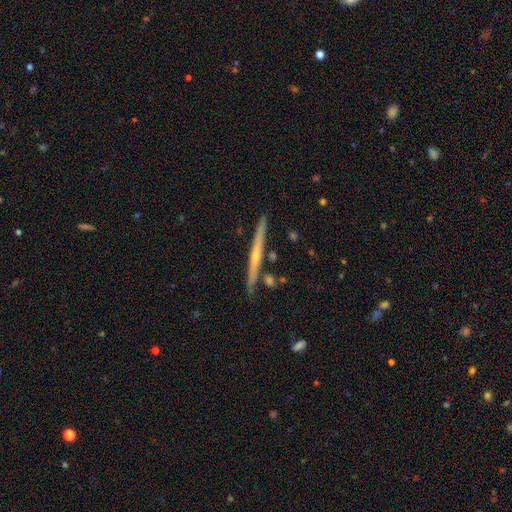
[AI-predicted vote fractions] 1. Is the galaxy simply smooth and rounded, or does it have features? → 72% featured or disk, 22% smooth, 6% star or artifact.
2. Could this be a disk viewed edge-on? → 97% yes, 3% no.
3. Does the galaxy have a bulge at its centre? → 60% rounded, 37% none, 3% boxy.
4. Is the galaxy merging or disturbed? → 86% none, 9% minor disturbance, 4% merger, 2% major disturbance.